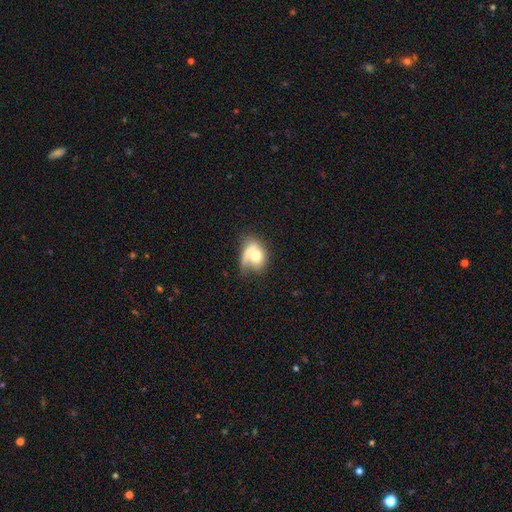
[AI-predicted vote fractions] Morphology: type=smooth (55%); roundness=in between (58%); merging=merger (30%).